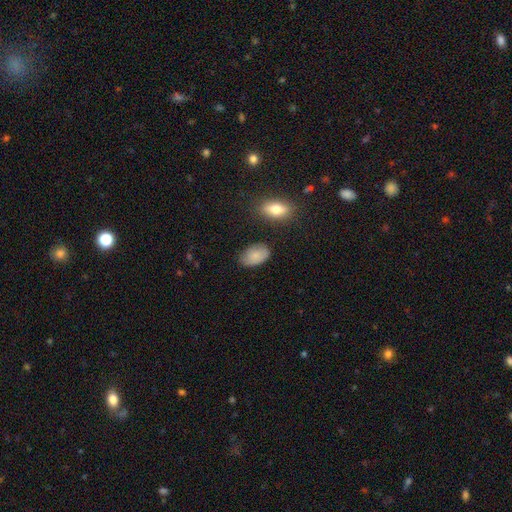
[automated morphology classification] A smooth galaxy with no disk features (83%) that is in between round and cigar-shaped (92%).

Vote fractions:
- Smooth or featured? smooth: 83% / featured or disk: 10% / star or artifact: 7%
- How rounded? in between: 92% / round: 7% / cigar-shaped: 2%
- Merging? none: 75% / minor disturbance: 19% / major disturbance: 4% / merger: 2%